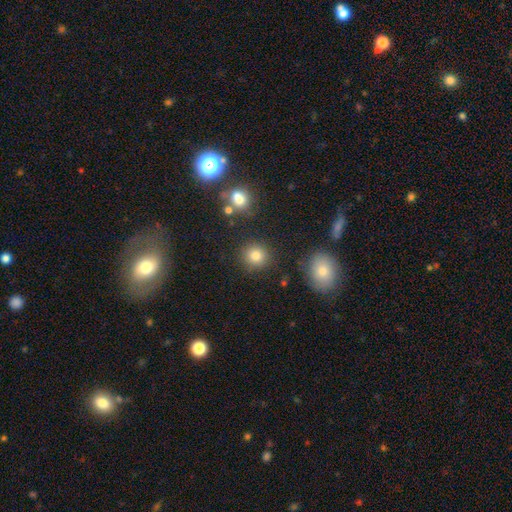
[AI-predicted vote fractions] This is clearly a smooth galaxy (82%). How rounded: clearly round (90%). Merging: clearly none (85%).